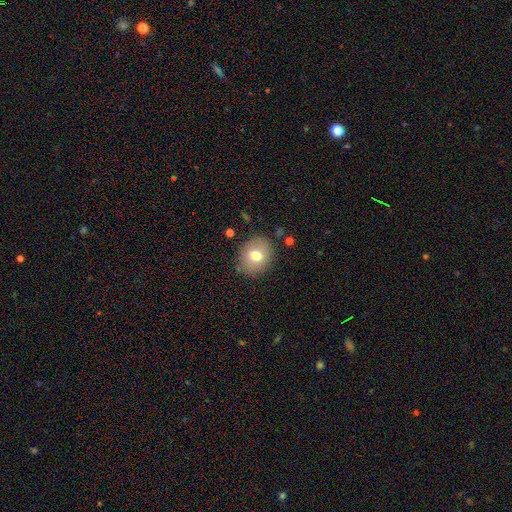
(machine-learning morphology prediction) smooth 70%, featured or disk 21%, star or artifact 10%. Down the decision tree: how rounded — round (64%); merging — none (84%).